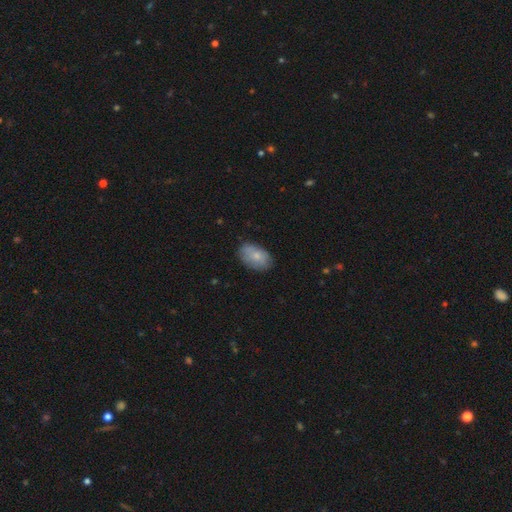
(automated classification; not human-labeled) smooth-or-featured: smooth: 75% | featured or disk: 19% | star or artifact: 7%
  how-rounded: in between: 91% | round: 8% | cigar-shaped: 1%
  merging: none: 77% | minor disturbance: 18% | major disturbance: 4% | merger: 1%